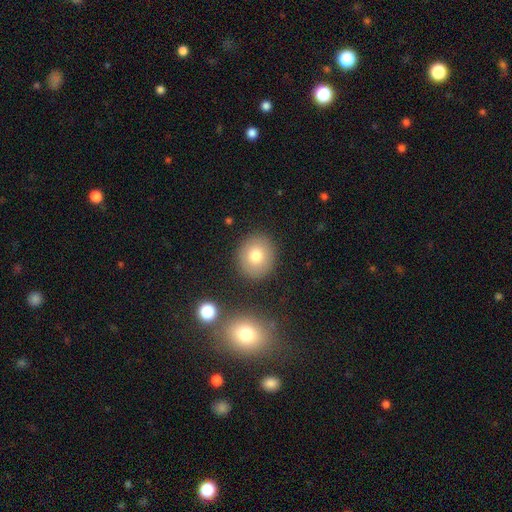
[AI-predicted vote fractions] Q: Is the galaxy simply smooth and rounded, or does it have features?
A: smooth — 77%.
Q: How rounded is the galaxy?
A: round — 80%.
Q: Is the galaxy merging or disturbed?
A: none — 87%.